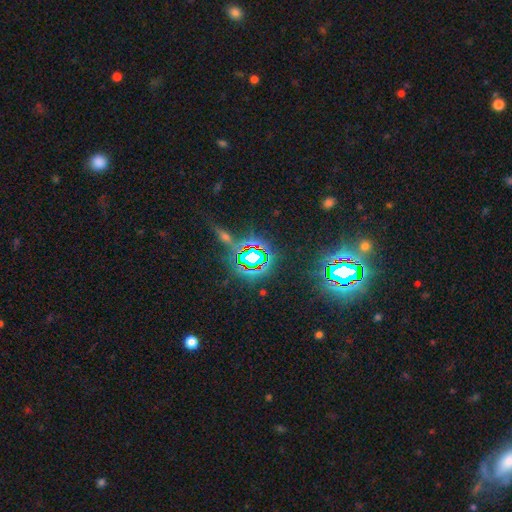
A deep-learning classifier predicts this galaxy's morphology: Q: Smooth or featured?
A: star or artifact (77%); runner-up: smooth (13%)